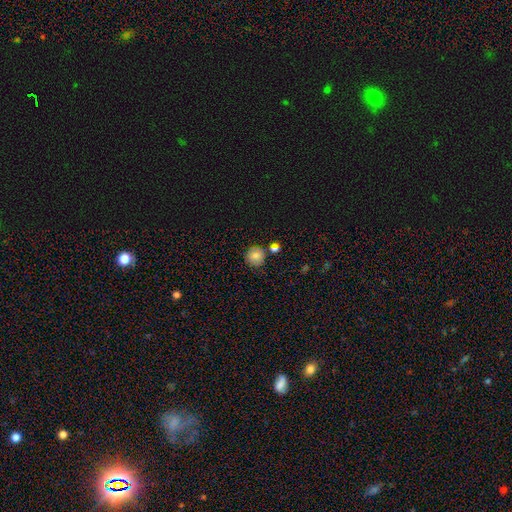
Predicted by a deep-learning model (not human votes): Q: Smooth or featured?
A: smooth (80%); runner-up: star or artifact (11%)
Q: How rounded?
A: round (89%); runner-up: in between (10%)
Q: Merging?
A: none (76%); runner-up: minor disturbance (13%)